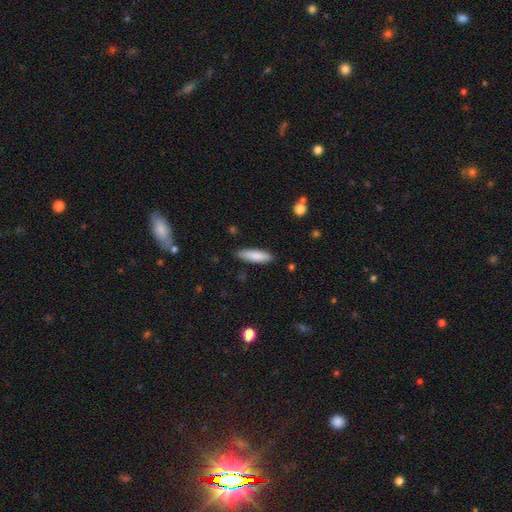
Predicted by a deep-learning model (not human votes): smooth_or_featured: smooth (p=0.84) [alt: featured or disk p=0.10]
how_rounded: cigar-shaped (p=0.64) [alt: in between p=0.34]
merging: none (p=0.87) [alt: minor disturbance p=0.10]